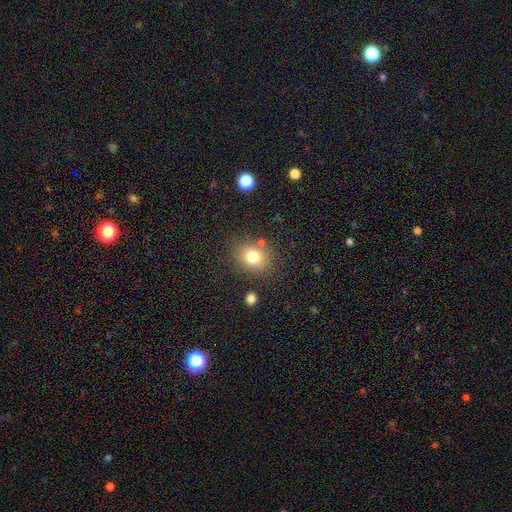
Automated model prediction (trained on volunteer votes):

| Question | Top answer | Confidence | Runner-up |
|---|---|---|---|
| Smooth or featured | smooth | 77% | star or artifact (12%) |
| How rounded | round | 62% | in between (38%) |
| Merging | none | 79% | minor disturbance (12%) |